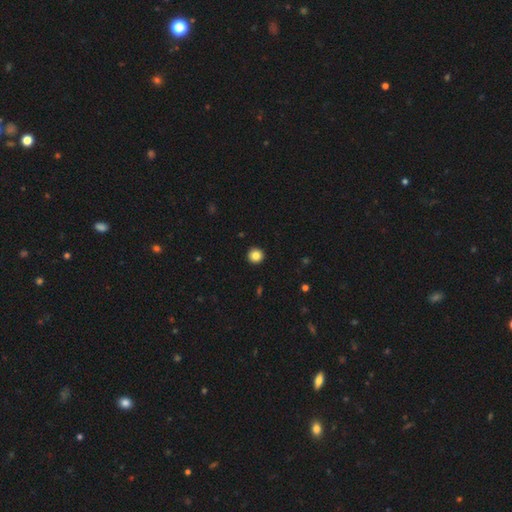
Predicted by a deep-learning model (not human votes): Smooth or featured?
  - smooth: 84% *
  - star or artifact: 10%
  - featured or disk: 5%
How rounded?
  - round: 96% *
  - in between: 3%
  - cigar-shaped: 1%
Merging?
  - none: 94% *
  - minor disturbance: 4%
  - major disturbance: 1%
  - merger: 1%